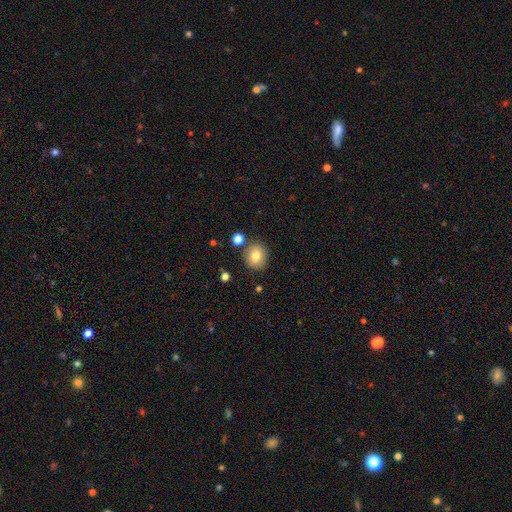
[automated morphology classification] The model was most divided on "how rounded": round: 79%, in between: 20%, cigar-shaped: 1%. More confident: merging — none (82%); smooth or featured — smooth (79%).